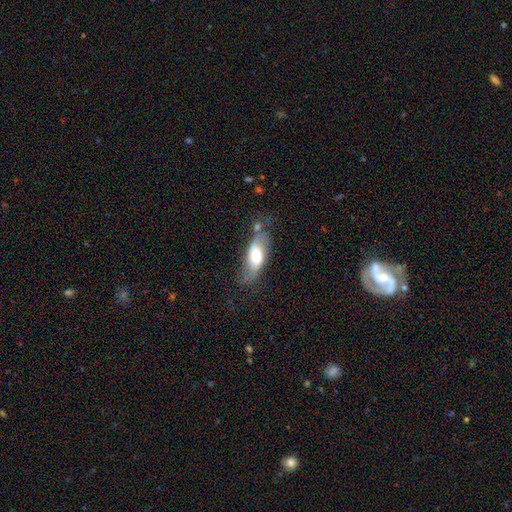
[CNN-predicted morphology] This appears to be a smooth galaxy with no disk features (48%). Merging: none (53%).